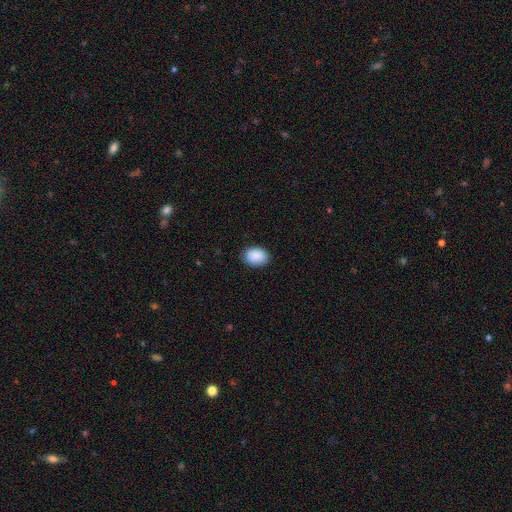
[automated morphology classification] smooth 91%, star or artifact 6%, featured or disk 3%. Down the decision tree: how rounded — in between (73%); merging — none (86%).